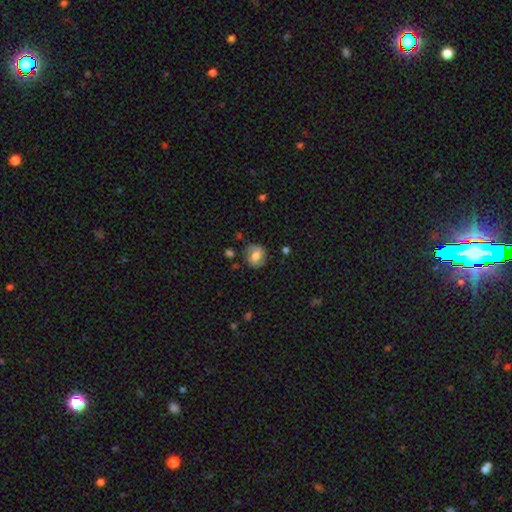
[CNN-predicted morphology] type=smooth (52%); roundness=round (75%); merging=none (73%).